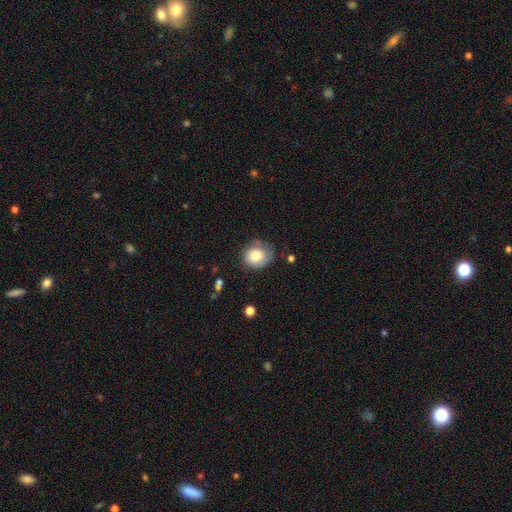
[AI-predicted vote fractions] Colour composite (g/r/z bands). It shows a smooth galaxy with no disk features (77%) that is round (70%). Merging: none (62%).